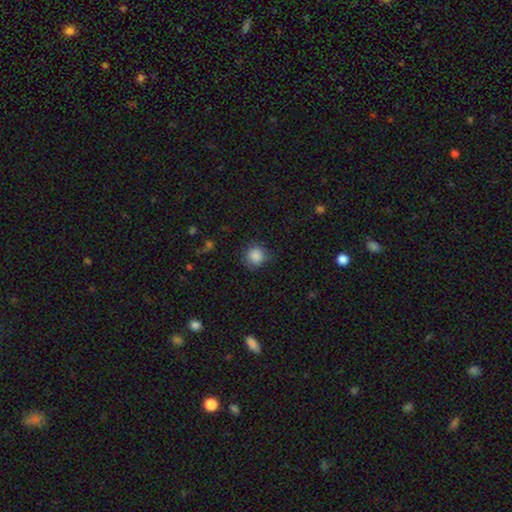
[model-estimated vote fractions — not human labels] This is clearly a smooth galaxy (87%). How rounded: clearly round (92%). Merging: clearly none (82%).